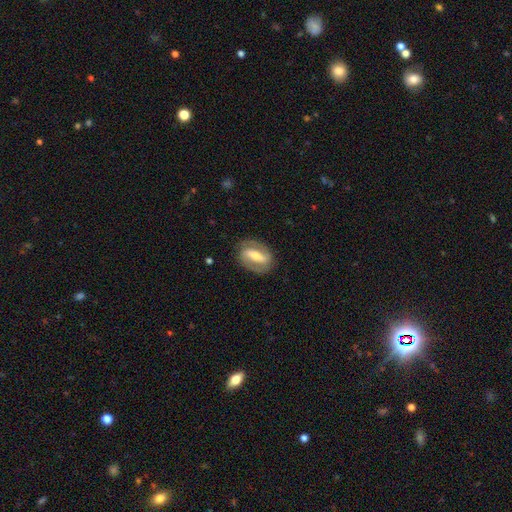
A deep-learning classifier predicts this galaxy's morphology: smooth_or_featured: featured or disk (p=0.76) [alt: smooth p=0.19]
disk_edge_on: no (p=0.93) [alt: yes p=0.07]
bar: strong (p=0.69) [alt: weak p=0.22]
has_spiral_arms: yes (p=0.81) [alt: no p=0.19]
spiral_winding: medium (p=0.43) [alt: tight p=0.39]
spiral_arm_count: 2 (p=0.87) [alt: can't tell p=0.07]
bulge_size: moderate (p=0.54) [alt: small p=0.33]
merging: none (p=0.83) [alt: minor disturbance p=0.11]